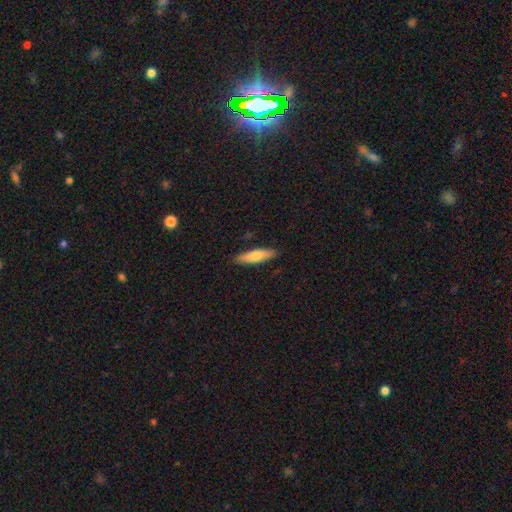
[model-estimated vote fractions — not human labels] A smooth galaxy with no disk features (76%) that is cigar-shaped (69%).

Vote fractions:
- Smooth or featured? smooth: 76% / featured or disk: 18% / star or artifact: 6%
- How rounded? cigar-shaped: 69% / in between: 30% / round: 2%
- Merging? none: 89% / minor disturbance: 8% / major disturbance: 2% / merger: 1%